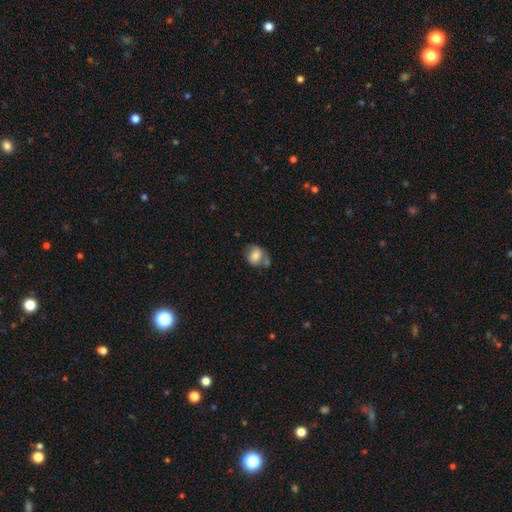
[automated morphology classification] Smooth or featured: smooth — 69% (featured or disk — 22%)
How rounded: round — 55% (in between — 43%)
Merging: none — 45% (minor disturbance — 24%)